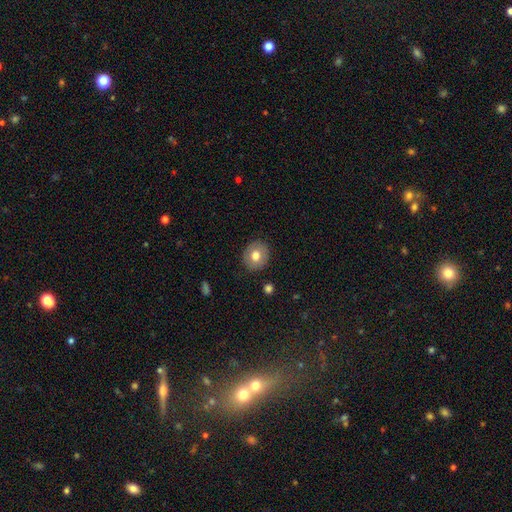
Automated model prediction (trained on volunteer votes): smooth-or-featured: smooth: 72% | featured or disk: 20% | star or artifact: 8%
  how-rounded: round: 73% | in between: 27% | cigar-shaped: 1%
  merging: none: 87% | minor disturbance: 9% | major disturbance: 2% | merger: 1%